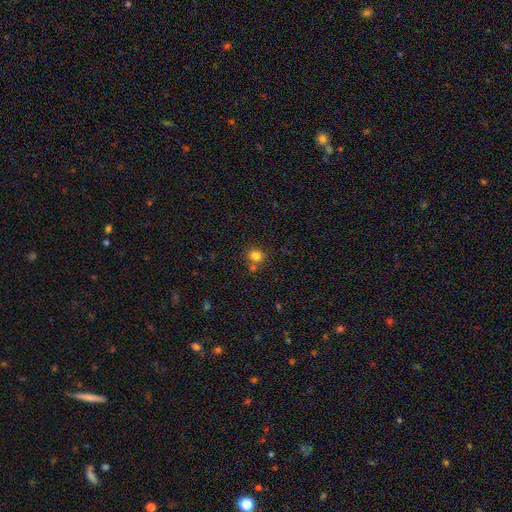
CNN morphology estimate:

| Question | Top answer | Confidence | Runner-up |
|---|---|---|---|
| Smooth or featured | smooth | 80% | star or artifact (14%) |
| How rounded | round | 89% | in between (11%) |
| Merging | none | 72% | merger (14%) |